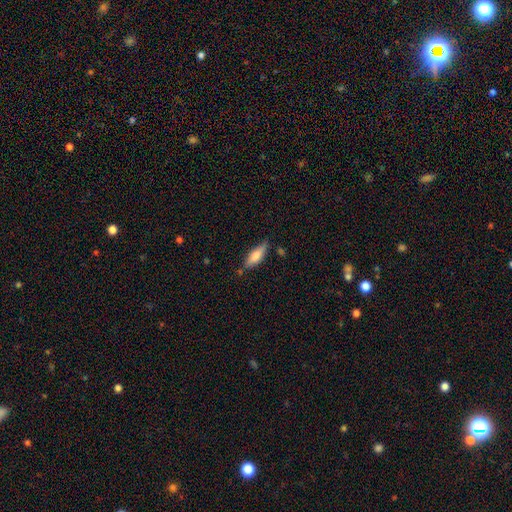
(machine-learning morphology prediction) Smooth or featured? smooth (69%)
How rounded? in between (51%)
Merging? none (73%)